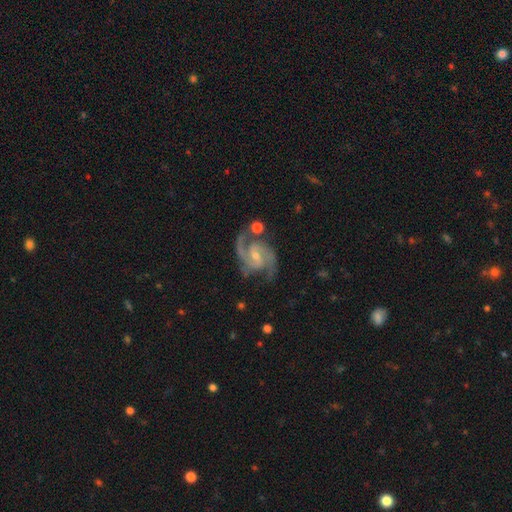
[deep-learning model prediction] Morphology: type=featured or disk (92%); edge-on=no (98%); bar=weak (46%); spiral arms=yes (98%); winding=medium (61%); arm count=2 (82%); bulge=small (63%); merging=none (70%).